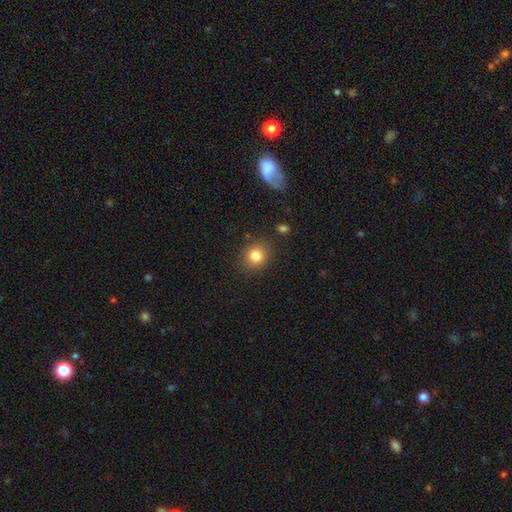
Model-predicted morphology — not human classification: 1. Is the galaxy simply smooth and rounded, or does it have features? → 83% smooth, 11% star or artifact, 6% featured or disk.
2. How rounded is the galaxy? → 76% round, 23% in between, 1% cigar-shaped.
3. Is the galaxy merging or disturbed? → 84% none, 10% minor disturbance, 3% major disturbance, 3% merger.